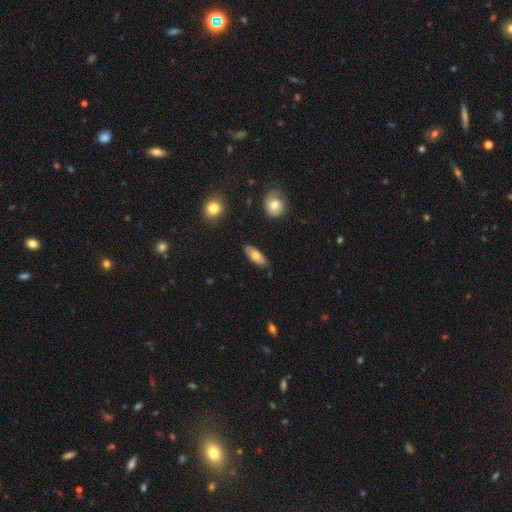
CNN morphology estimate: A smooth galaxy with no disk features (74%) that is in between round and cigar-shaped (79%). Merging: none (84%).